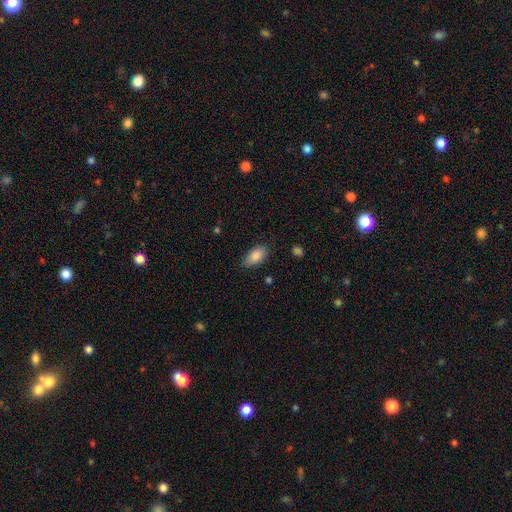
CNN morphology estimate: This is clearly a smooth galaxy (86%). How rounded: clearly in between (92%). Merging: likely none (73%).